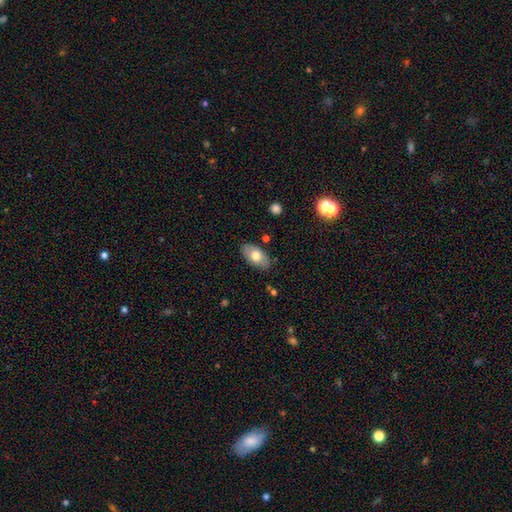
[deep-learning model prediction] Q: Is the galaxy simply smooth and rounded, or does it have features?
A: smooth — 71%.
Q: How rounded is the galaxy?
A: in between — 93%.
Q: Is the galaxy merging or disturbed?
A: none — 84%.